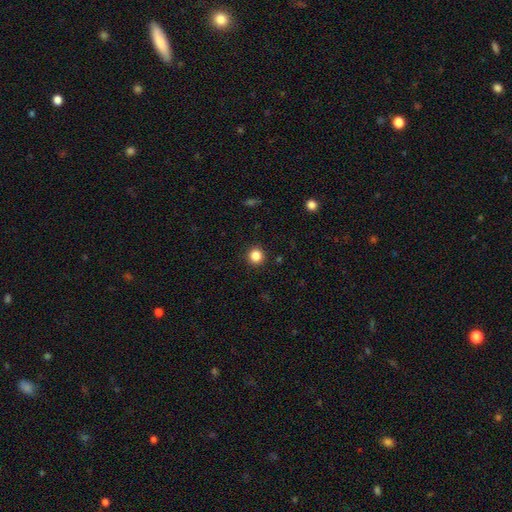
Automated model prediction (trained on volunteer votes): Smooth or featured? smooth (85%)
How rounded? round (94%)
Merging? none (92%)